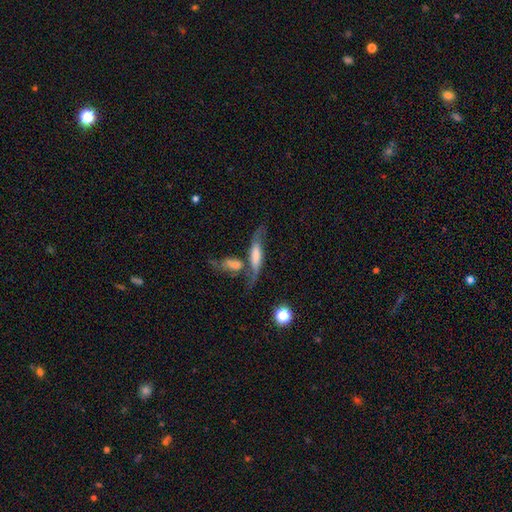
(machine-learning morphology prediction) Smooth or featured? featured or disk (57%)
Edge-on disk? no (60%)
Merging? merger (42%)